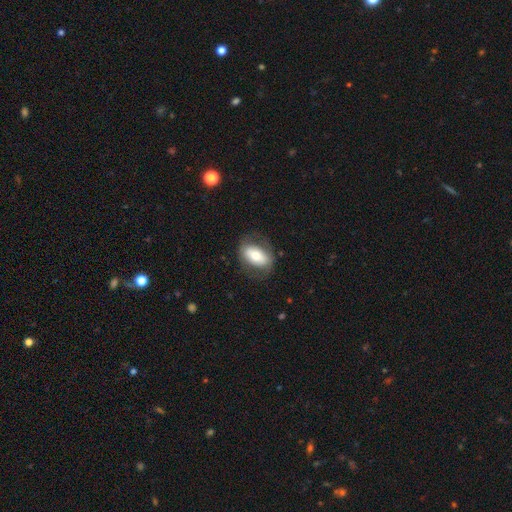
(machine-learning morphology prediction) Smooth or featured: smooth — 63% (featured or disk — 30%)
How rounded: in between — 88% (round — 10%)
Merging: none — 74% (minor disturbance — 16%)